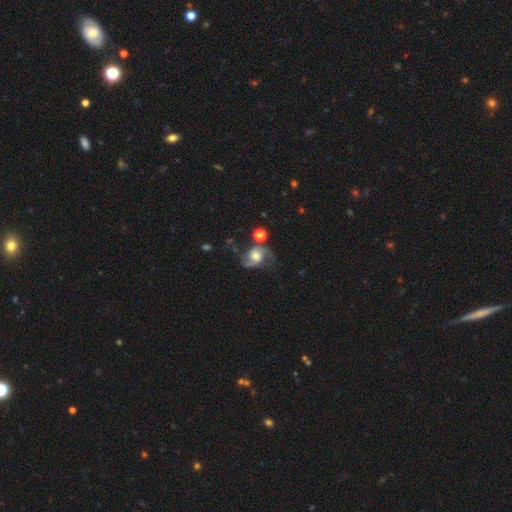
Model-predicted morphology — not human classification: Q: Smooth or featured?
A: featured or disk (74%); runner-up: smooth (18%)
Q: Edge-on disk?
A: no (97%); runner-up: yes (3%)
Q: Bar?
A: no (65%); runner-up: weak (29%)
Q: Spiral arms?
A: yes (93%); runner-up: no (7%)
Q: Spiral winding?
A: medium (43%); tied with: loose (43%)
Q: Spiral arm count?
A: 2 (89%); runner-up: can't tell (4%)
Q: Bulge size?
A: moderate (50%); runner-up: large (22%)
Q: Merging?
A: none (57%); runner-up: minor disturbance (21%)